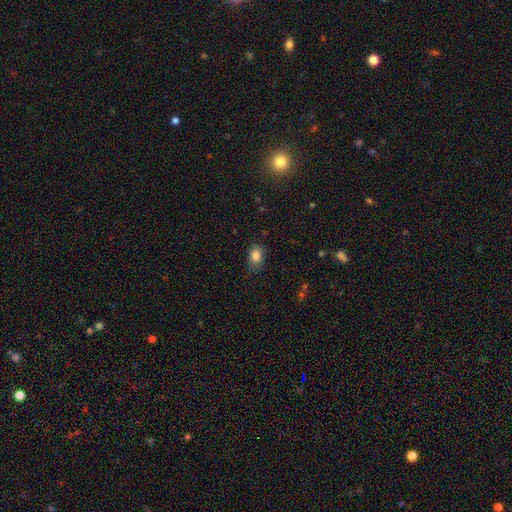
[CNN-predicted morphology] A smooth galaxy with no disk features (85%) that is in between round and cigar-shaped (78%).

Vote fractions:
- Smooth or featured? smooth: 85% / star or artifact: 9% / featured or disk: 6%
- How rounded? in between: 78% / round: 21% / cigar-shaped: 1%
- Merging? none: 73% / minor disturbance: 21% / major disturbance: 5% / merger: 1%